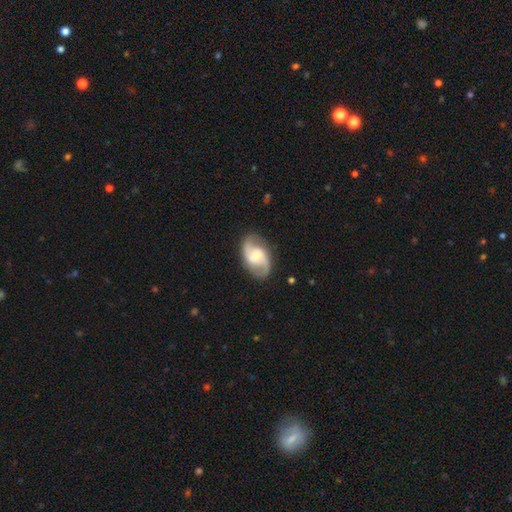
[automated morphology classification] This is clearly a featured or disk galaxy (83%). It is clearly not viewed edge-on (97%). Bar: possibly weak (49%). Spiral arm pattern: clearly yes (95%). Spiral arm count: clearly 2 (92%). Spiral winding: possibly medium (50%). Central bulge: possibly moderate (52%). Merging: clearly none (83%).